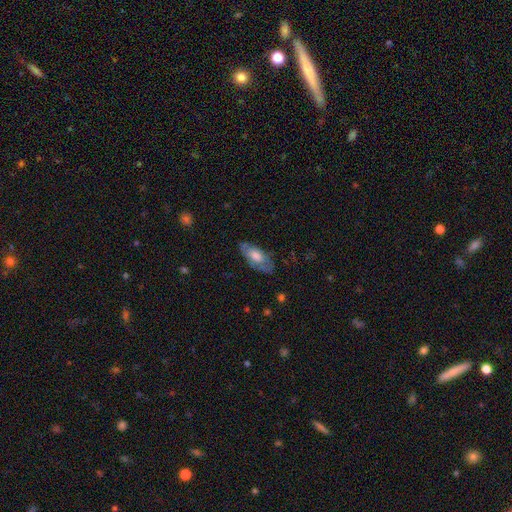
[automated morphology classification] This appears to be a smooth galaxy with no disk features (54%) that is in between round and cigar-shaped (85%). Merging: none (74%).